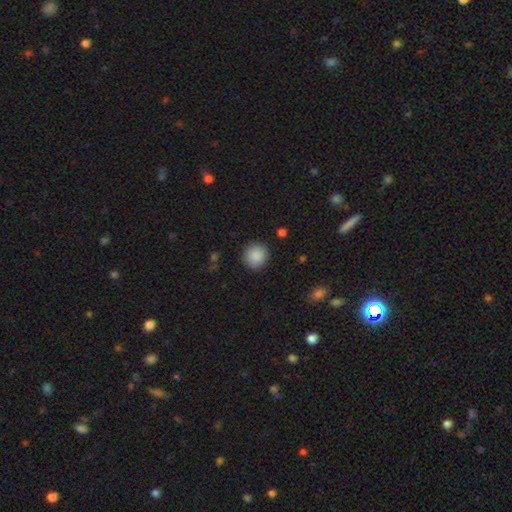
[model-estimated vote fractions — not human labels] Smooth or featured?
  - smooth: 89% *
  - star or artifact: 8%
  - featured or disk: 4%
How rounded?
  - round: 93% *
  - in between: 6%
  - cigar-shaped: 1%
Merging?
  - none: 89% *
  - minor disturbance: 7%
  - major disturbance: 2%
  - merger: 1%